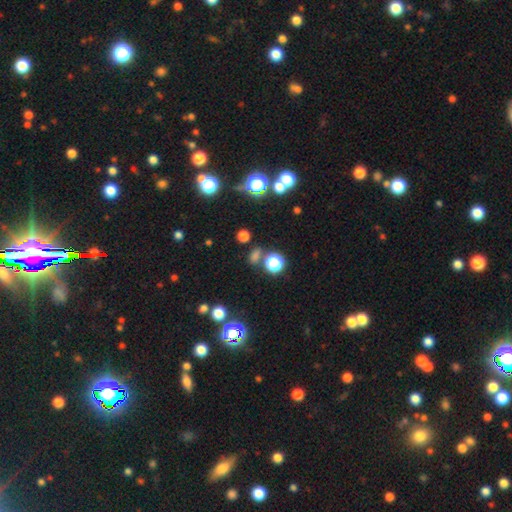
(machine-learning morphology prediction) Smooth or featured?
  - smooth: 56% *
  - star or artifact: 36%
  - featured or disk: 8%
How rounded?
  - round: 59% *
  - in between: 38%
  - cigar-shaped: 4%
Merging?
  - none: 73% *
  - merger: 12%
  - minor disturbance: 10%
  - major disturbance: 5%